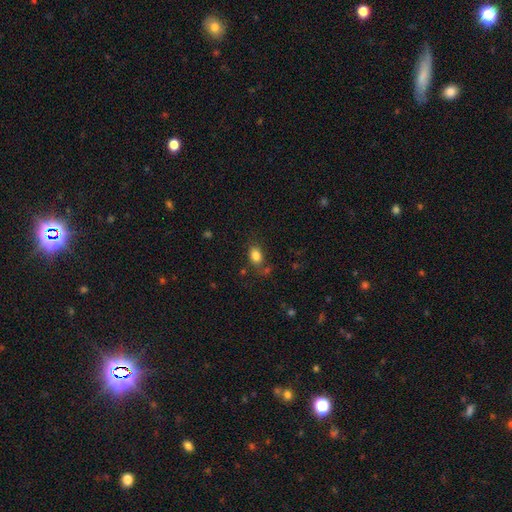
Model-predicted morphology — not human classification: Smooth or featured: smooth — 83% (star or artifact — 10%)
How rounded: in between — 78% (round — 21%)
Merging: none — 70% (minor disturbance — 17%)